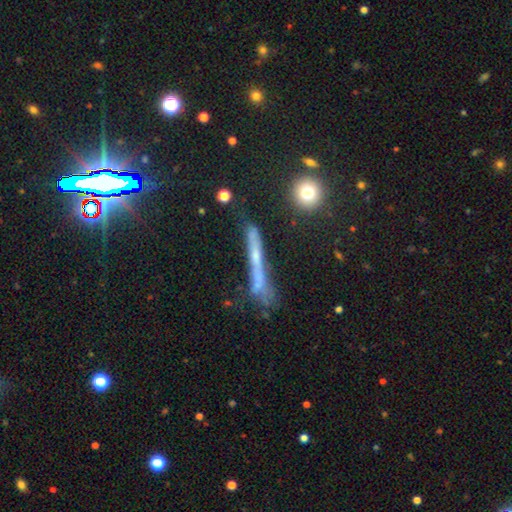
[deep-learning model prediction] smooth_or_featured: featured or disk (p=0.49) [alt: smooth p=0.30]
merging: none (p=0.63) [alt: minor disturbance p=0.21]